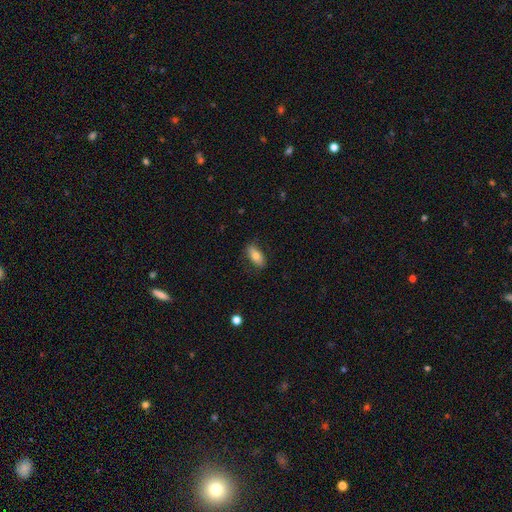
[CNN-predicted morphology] The model was most divided on "smooth or featured": smooth: 77%, featured or disk: 16%, star or artifact: 7%. More confident: how rounded — in between (85%); merging — none (81%).